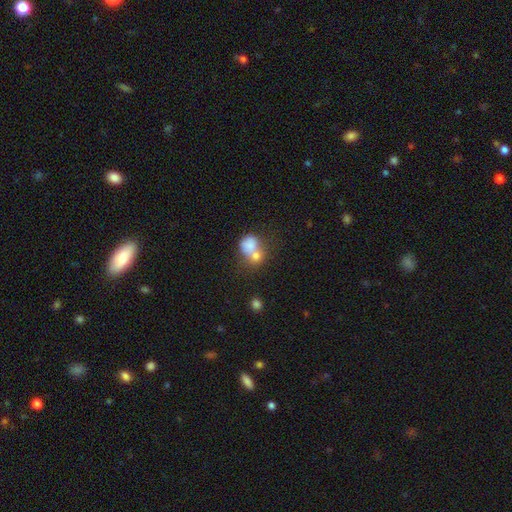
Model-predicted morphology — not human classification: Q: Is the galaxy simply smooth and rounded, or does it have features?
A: smooth — 74%.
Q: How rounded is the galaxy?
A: round — 63%.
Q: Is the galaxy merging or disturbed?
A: merger — 66%.